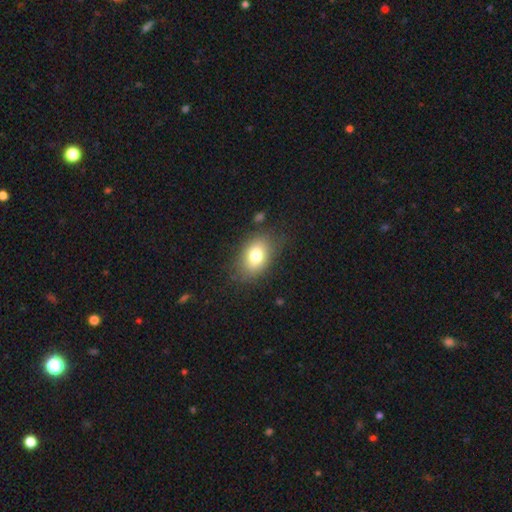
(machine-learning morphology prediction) Overall: smooth (77%). How rounded: in between (83%). Merging: none (79%).